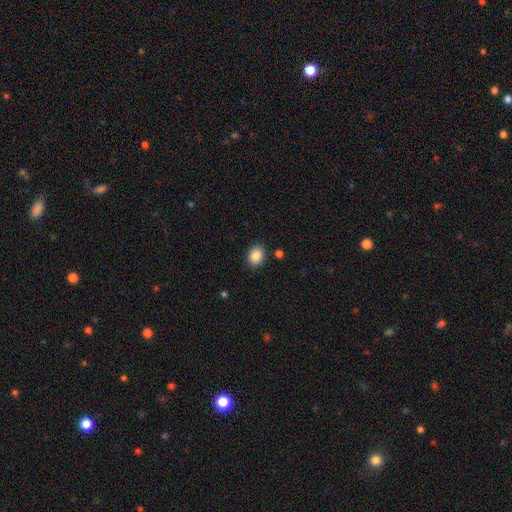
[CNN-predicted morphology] Smooth or featured: smooth — 88% (star or artifact — 8%)
How rounded: in between — 51% (round — 48%)
Merging: none — 85% (minor disturbance — 10%)